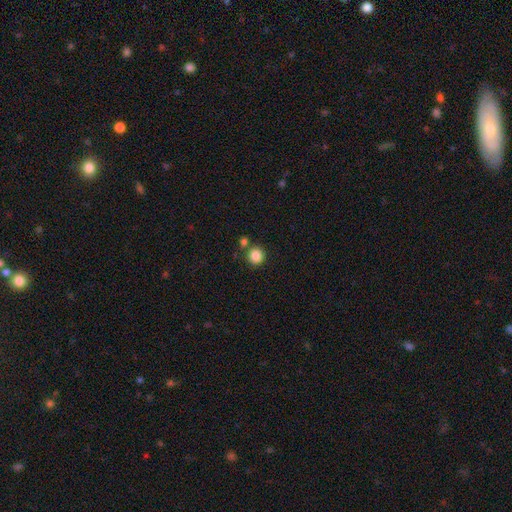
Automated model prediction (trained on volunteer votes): A smooth galaxy with no disk features (86%) that is round (91%). Merging: none (78%).